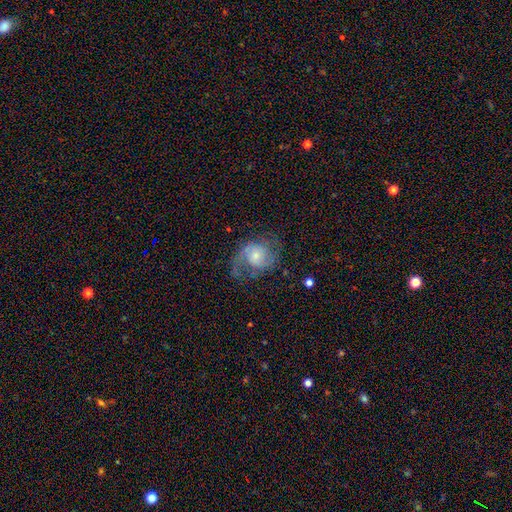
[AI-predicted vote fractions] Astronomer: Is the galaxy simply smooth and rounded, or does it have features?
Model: featured or disk — 78%.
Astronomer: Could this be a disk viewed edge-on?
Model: no — 98%.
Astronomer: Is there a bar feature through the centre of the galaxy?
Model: no — 63%.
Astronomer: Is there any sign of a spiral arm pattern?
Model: yes — 93%.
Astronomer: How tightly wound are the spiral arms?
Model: medium — 51% (runner-up: loose, 32%).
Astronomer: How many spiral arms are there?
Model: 2 — 84%.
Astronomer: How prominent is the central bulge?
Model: small — 47% (runner-up: moderate, 40%).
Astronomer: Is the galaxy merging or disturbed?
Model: none — 63%.